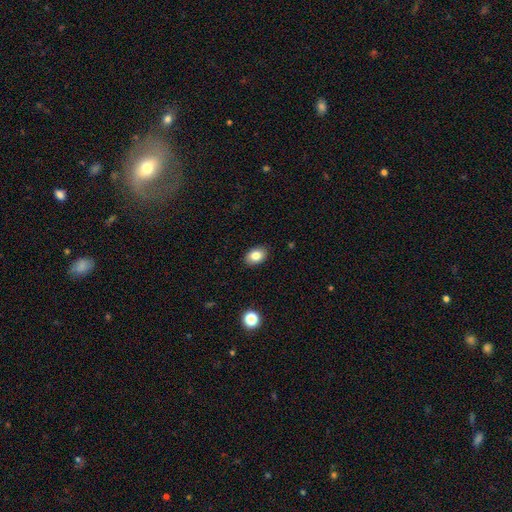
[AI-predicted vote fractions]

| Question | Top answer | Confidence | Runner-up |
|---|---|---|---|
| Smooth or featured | smooth | 83% | star or artifact (9%) |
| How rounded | in between | 79% | round (20%) |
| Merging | none | 88% | minor disturbance (9%) |